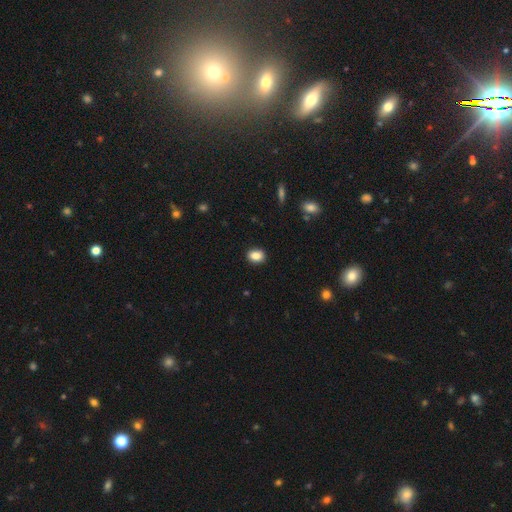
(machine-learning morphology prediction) smooth-or-featured: smooth: 86% | star or artifact: 9% | featured or disk: 5%
  how-rounded: in between: 61% | round: 38% | cigar-shaped: 1%
  merging: none: 89% | minor disturbance: 8% | major disturbance: 2% | merger: 1%